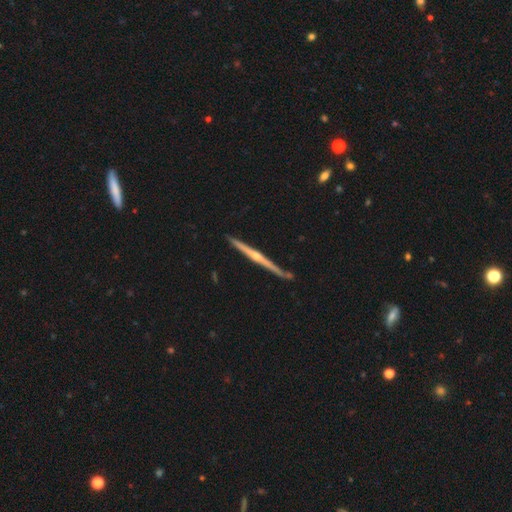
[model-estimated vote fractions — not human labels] Morphology: type=featured or disk (81%); edge-on=yes (98%); edge-on bulge=rounded (80%); merging=none (85%).